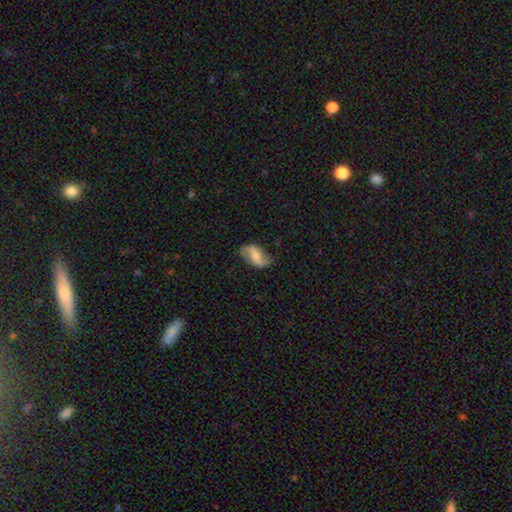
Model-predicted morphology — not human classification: type=featured or disk (67%); edge-on=no (96%); bar=weak (39%); spiral arms=yes (90%); winding=loose (67%); arm count=2 (90%); bulge=small (37%); merging=none (74%).